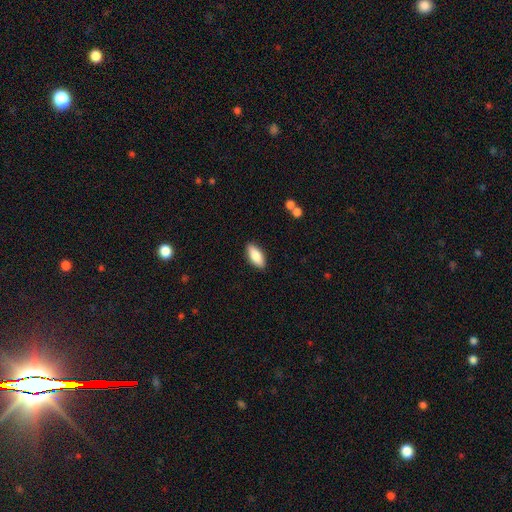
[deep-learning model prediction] smooth-or-featured: smooth: 81% | featured or disk: 13% | star or artifact: 6%
  how-rounded: in between: 80% | cigar-shaped: 18% | round: 2%
  merging: none: 88% | minor disturbance: 9% | major disturbance: 2% | merger: 1%